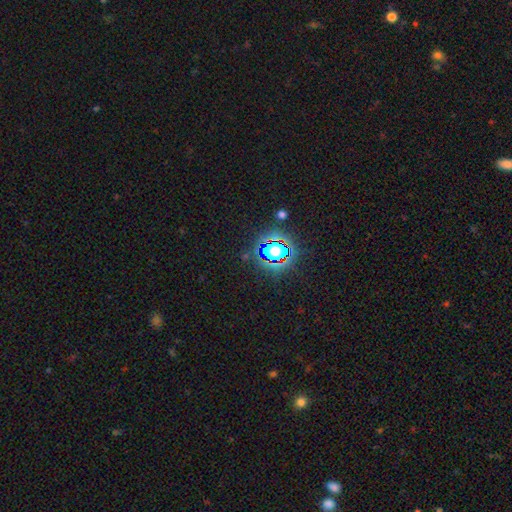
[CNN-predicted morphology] type=star or artifact (81%).